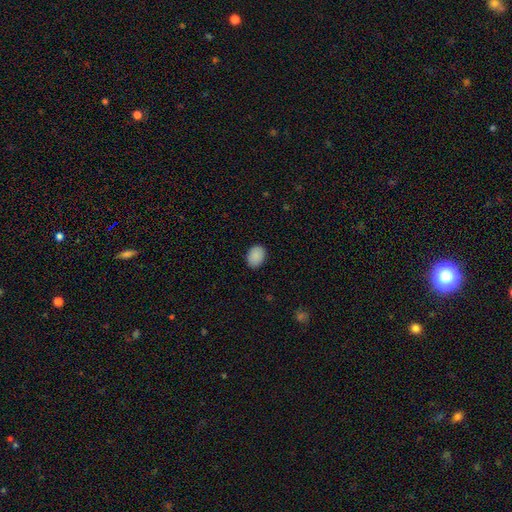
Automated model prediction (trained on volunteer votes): Smooth or featured? smooth (90%)
How rounded? in between (75%)
Merging? none (88%)